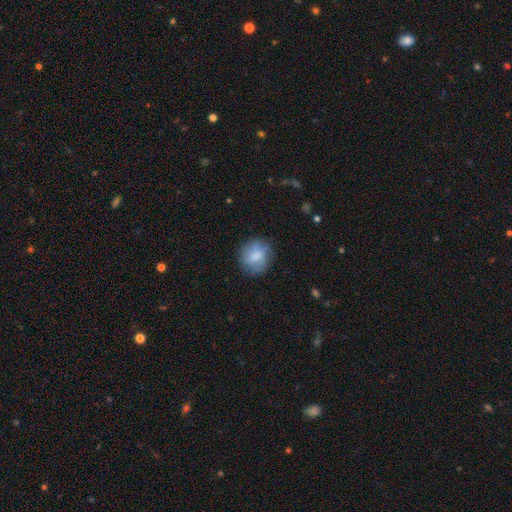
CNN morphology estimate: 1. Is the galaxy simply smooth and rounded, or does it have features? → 75% smooth, 17% featured or disk, 8% star or artifact.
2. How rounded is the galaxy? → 77% round, 22% in between, 1% cigar-shaped.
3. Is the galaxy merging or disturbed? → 75% none, 18% minor disturbance, 6% major disturbance, 1% merger.